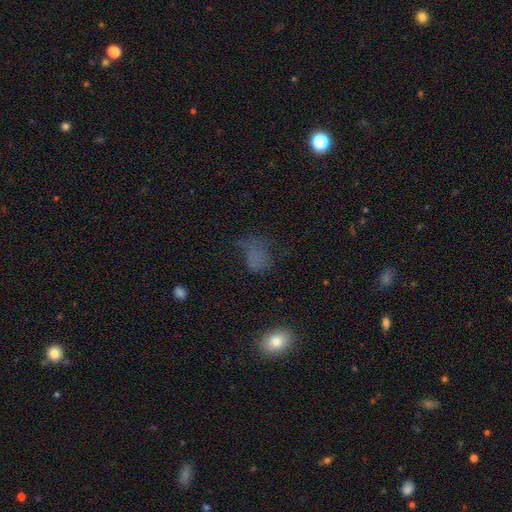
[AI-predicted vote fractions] This appears to be a smooth galaxy with no disk features (59%) that is in between round and cigar-shaped (59%). Merging: none (38%).